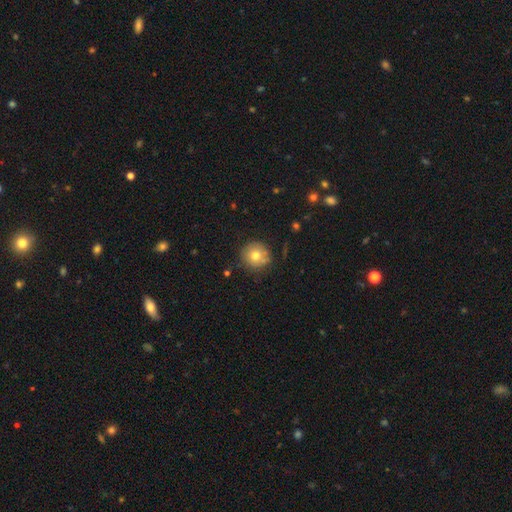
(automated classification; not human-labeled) A smooth galaxy with no disk features (75%) that is round (94%). Merging: none (81%).